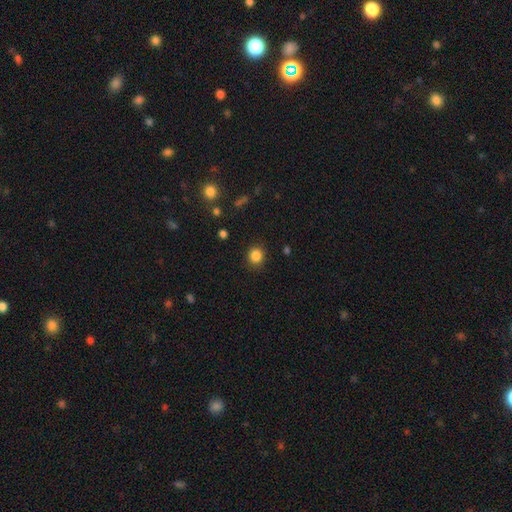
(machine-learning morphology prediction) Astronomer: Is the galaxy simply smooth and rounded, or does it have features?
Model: smooth — 85%.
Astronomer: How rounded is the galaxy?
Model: round — 85%.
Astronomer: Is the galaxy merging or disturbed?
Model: none — 89%.